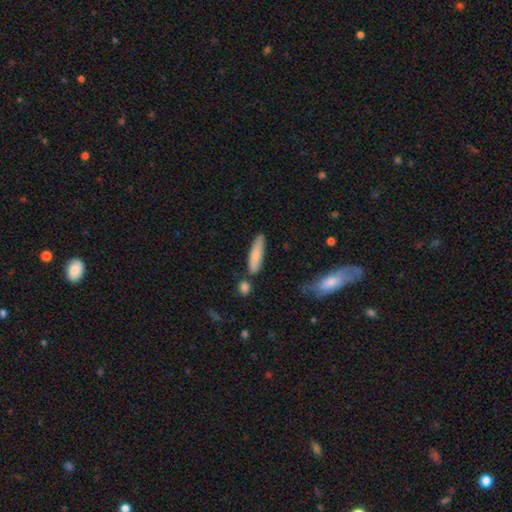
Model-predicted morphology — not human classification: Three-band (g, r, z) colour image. It shows a smooth galaxy with no disk features (82%) that is cigar-shaped (73%). Merging: none (74%).